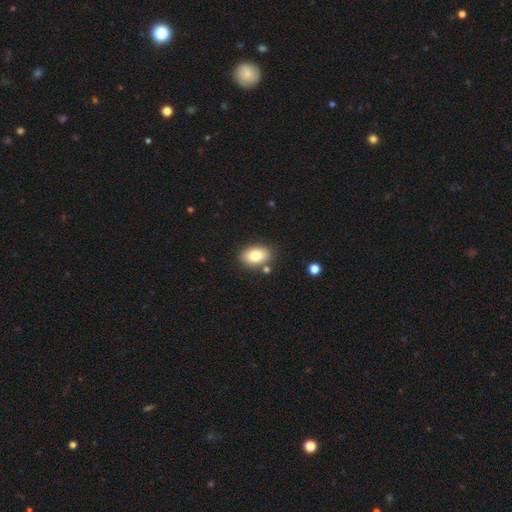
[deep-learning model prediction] Smooth or featured? Predicted: smooth (p=0.78). How rounded? Predicted: in between (p=0.85). Merging? Predicted: none (p=0.81).